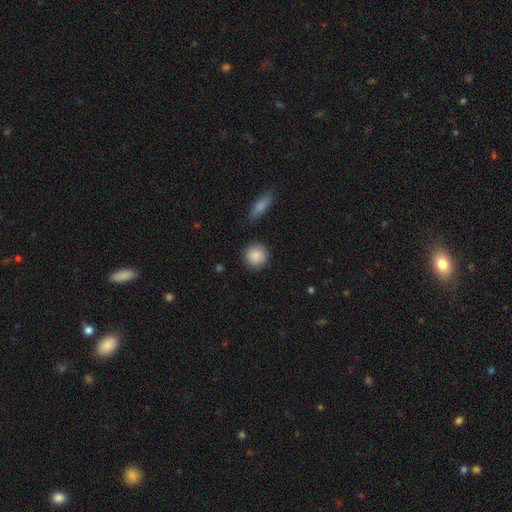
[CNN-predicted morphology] type=smooth (88%); roundness=round (92%); merging=none (89%).